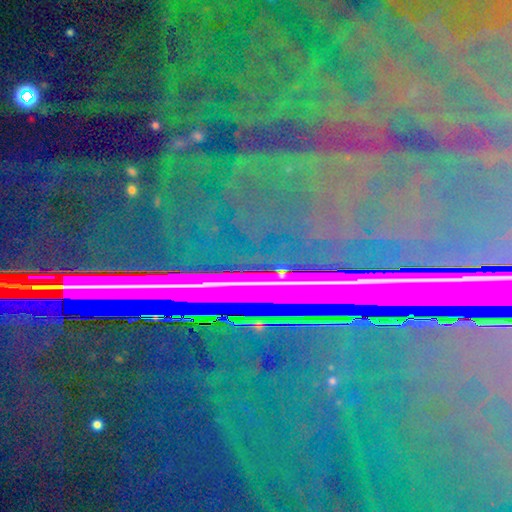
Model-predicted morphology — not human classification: This appears to be a star or artifact, not a galaxy (86%).